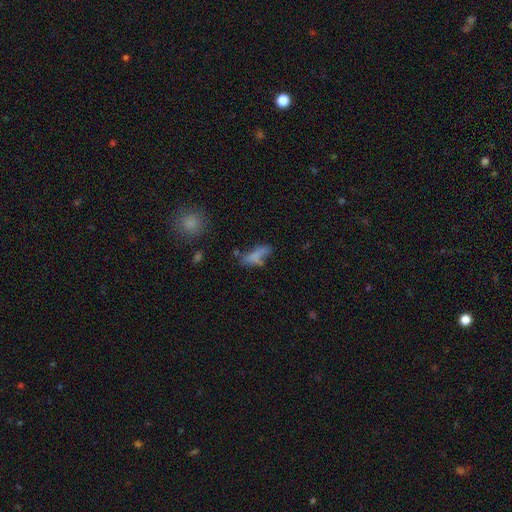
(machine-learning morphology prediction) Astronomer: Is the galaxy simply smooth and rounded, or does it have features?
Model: smooth — 69%.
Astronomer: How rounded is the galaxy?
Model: in between — 60% (runner-up: cigar-shaped, 36%).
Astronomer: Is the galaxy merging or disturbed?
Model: none — 43% (runner-up: minor disturbance, 25%).